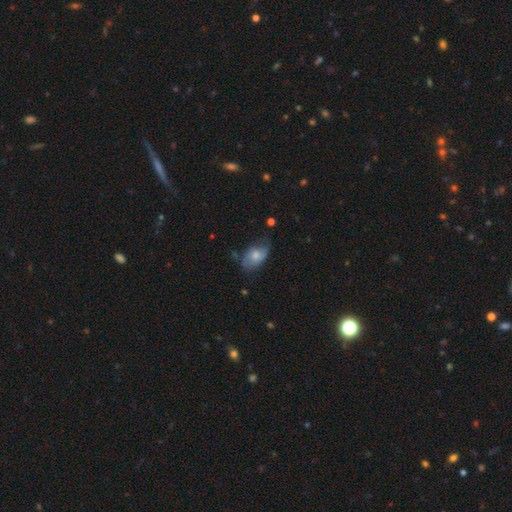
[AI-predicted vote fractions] A smooth galaxy with no disk features (57%) that is in between round and cigar-shaped (87%). Merging: none (54%).